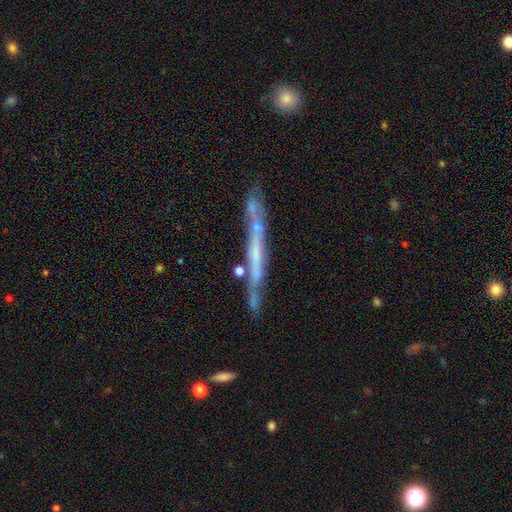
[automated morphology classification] Smooth or featured? Predicted: featured or disk (p=0.66). Edge-on disk? Predicted: yes (p=0.89). Edge-on bulge? Predicted: none (p=0.76). Merging? Predicted: none (p=0.70).